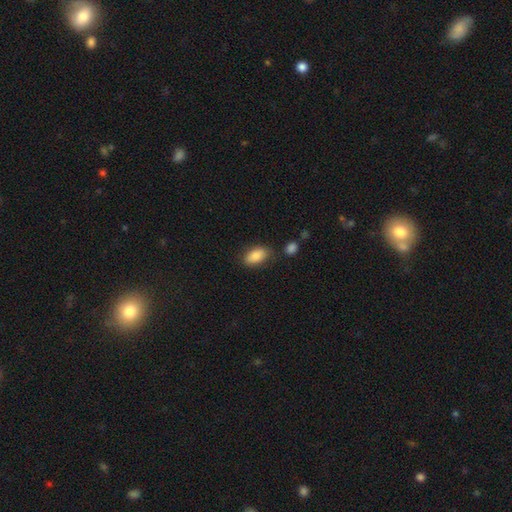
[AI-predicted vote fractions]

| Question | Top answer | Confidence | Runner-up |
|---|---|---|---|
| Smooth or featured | smooth | 86% | star or artifact (7%) |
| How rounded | in between | 91% | round (5%) |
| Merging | none | 74% | minor disturbance (17%) |